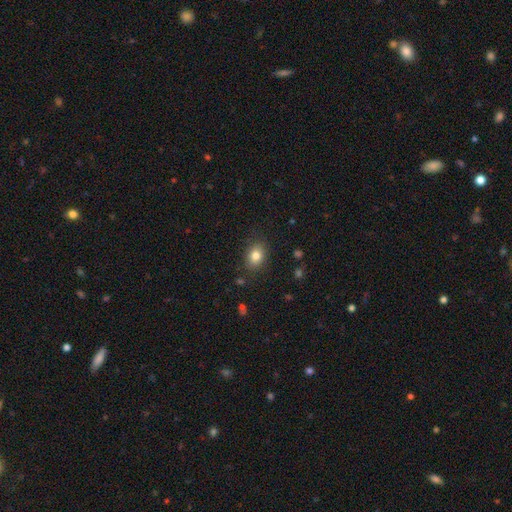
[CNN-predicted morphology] Smooth or featured?
  - smooth: 82% *
  - star or artifact: 10%
  - featured or disk: 8%
How rounded?
  - in between: 68% *
  - round: 31%
  - cigar-shaped: 1%
Merging?
  - none: 85% *
  - minor disturbance: 10%
  - major disturbance: 3%
  - merger: 1%